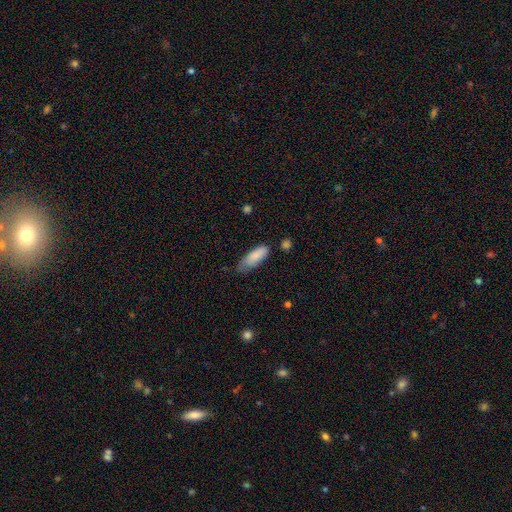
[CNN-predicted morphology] Smooth or featured? smooth (85%)
How rounded? in between (67%)
Merging? none (50%)